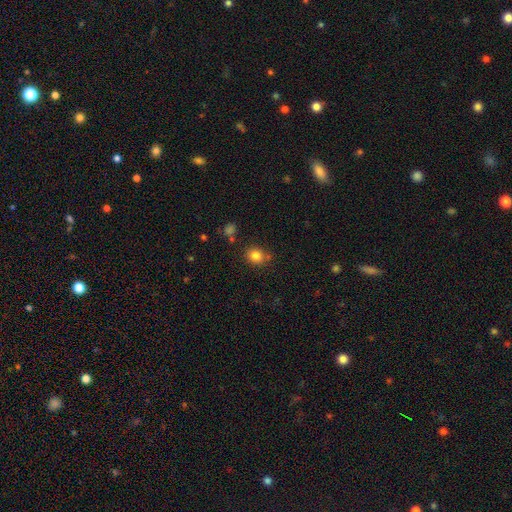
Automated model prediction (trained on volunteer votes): This appears to be a smooth galaxy with no disk features (83%) that is round (69%). Merging: none (77%).